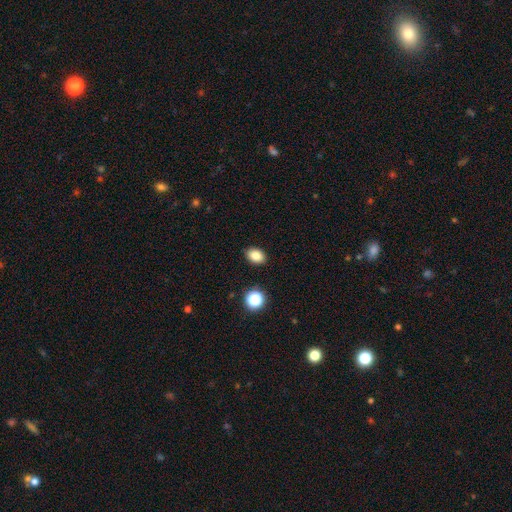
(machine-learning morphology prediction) This is clearly a smooth galaxy (83%). How rounded: likely in between (76%). Merging: clearly none (88%).